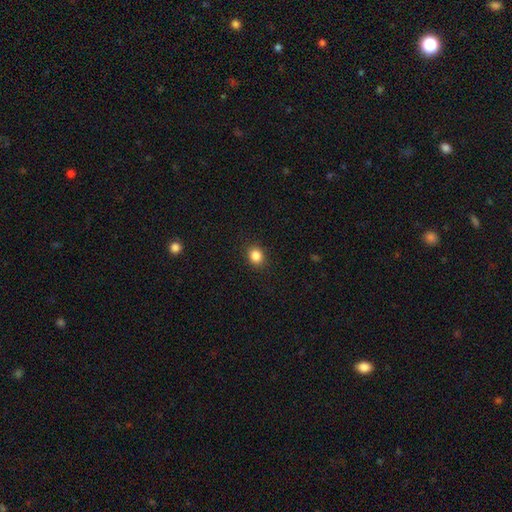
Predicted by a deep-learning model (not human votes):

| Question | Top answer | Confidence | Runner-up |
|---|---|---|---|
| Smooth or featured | smooth | 85% | star or artifact (11%) |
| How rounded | round | 66% | in between (33%) |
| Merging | none | 90% | minor disturbance (7%) |